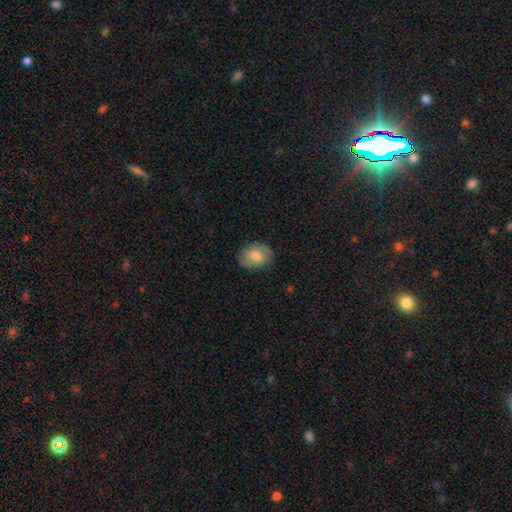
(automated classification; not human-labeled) smooth 70%, featured or disk 22%, star or artifact 8%. Down the decision tree: how rounded — in between (56%); merging — none (78%).